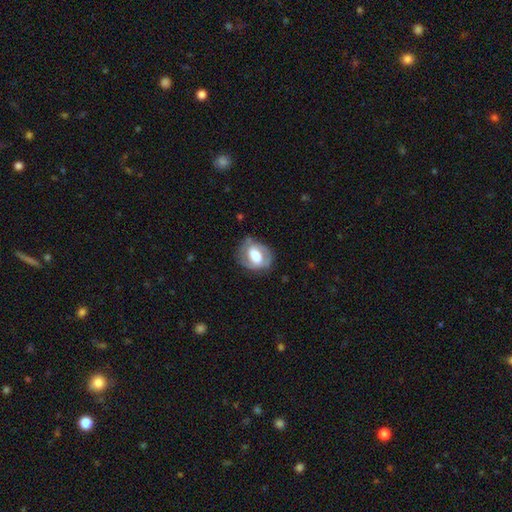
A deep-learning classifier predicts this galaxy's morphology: type=featured or disk (67%); edge-on=no (96%); bar=weak (41%); spiral arms=yes (76%); bulge=moderate (48%); merging=none (72%).